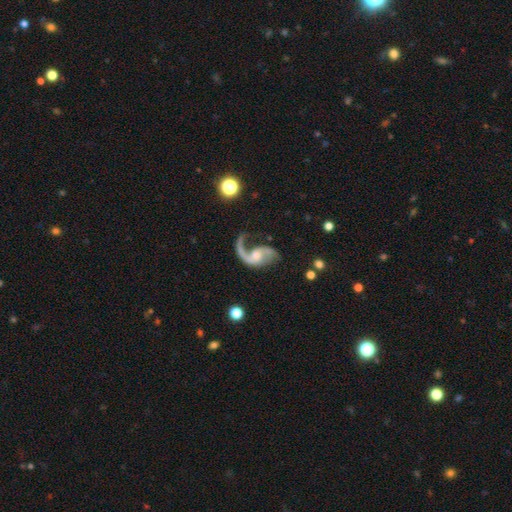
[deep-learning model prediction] smooth-or-featured: featured or disk: 89% | smooth: 6% | star or artifact: 5%
  disk-edge-on: no: 98% | yes: 2%
    bar: no: 52% | weak: 38% | strong: 10%
    has-spiral-arms: yes: 96% | no: 4%
      spiral-winding: loose: 69% | medium: 26% | tight: 5%
      spiral-arm-count: 2: 73% | 1: 22% | can't tell: 2% | 3: 1% | 4: 1% | more than 4: 1%
    bulge-size: moderate: 45% | small: 34% | none: 11% | large: 8% | dominant: 2%
  merging: none: 51% | major disturbance: 28% | minor disturbance: 17% | merger: 5%